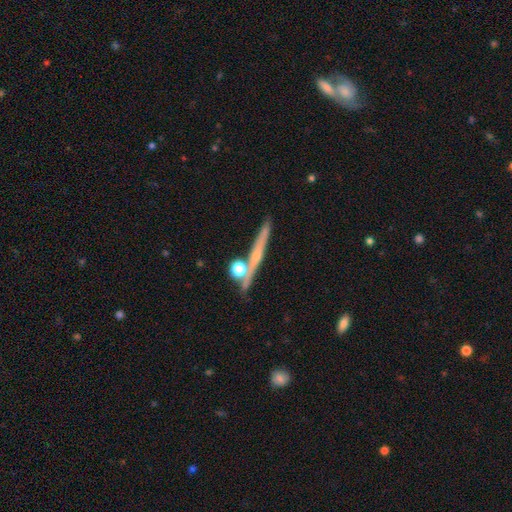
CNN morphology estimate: Smooth or featured: featured or disk — 59% (smooth — 30%)
Edge-on disk: yes — 93% (no — 7%)
Edge-on bulge: rounded — 53% (none — 41%)
Merging: none — 76% (merger — 10%)